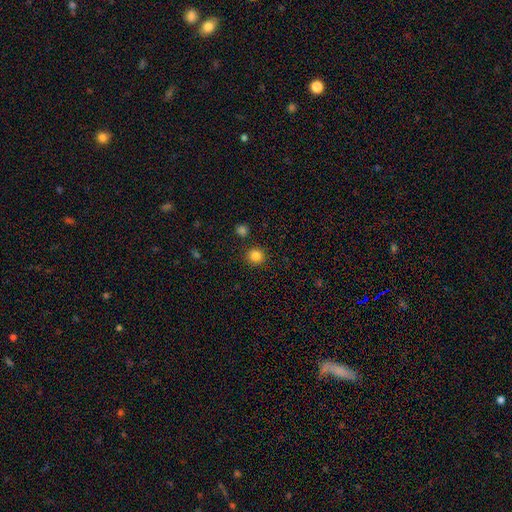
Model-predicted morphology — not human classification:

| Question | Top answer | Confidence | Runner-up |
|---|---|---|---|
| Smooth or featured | smooth | 84% | star or artifact (12%) |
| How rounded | round | 90% | in between (9%) |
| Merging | none | 88% | minor disturbance (7%) |